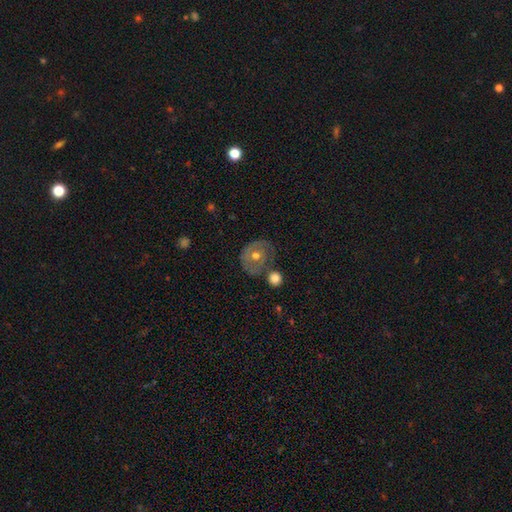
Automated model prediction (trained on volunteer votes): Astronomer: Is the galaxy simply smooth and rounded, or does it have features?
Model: featured or disk — 52% (runner-up: smooth, 41%).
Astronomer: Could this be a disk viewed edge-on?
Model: no — 95%.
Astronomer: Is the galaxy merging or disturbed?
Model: none — 55%.